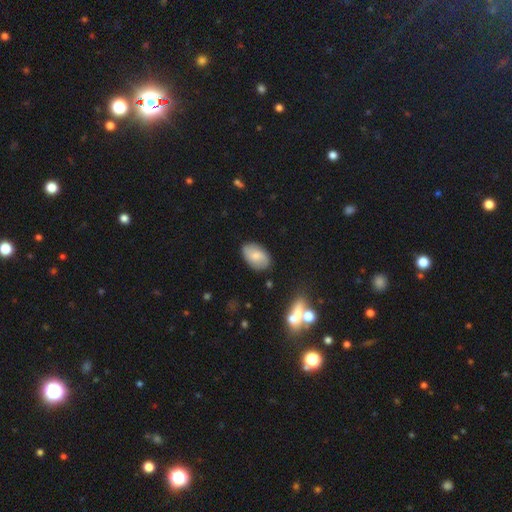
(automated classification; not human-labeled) This appears to be a smooth galaxy with no disk features (67%) that is in between round and cigar-shaped (90%). Merging: none (82%).